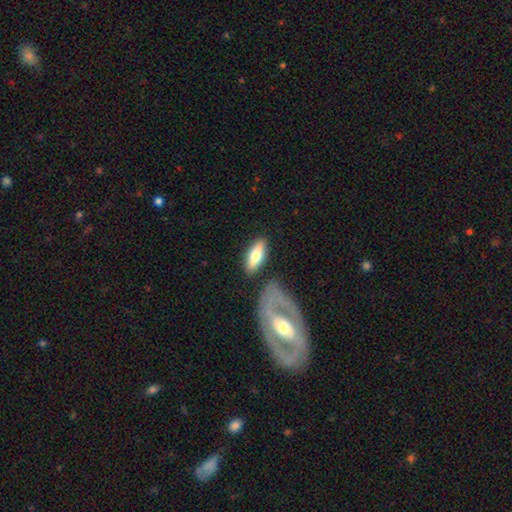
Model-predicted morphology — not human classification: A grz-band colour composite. It shows a smooth galaxy with no disk features (66%) that is in between round and cigar-shaped (72%). Merging: none (78%).